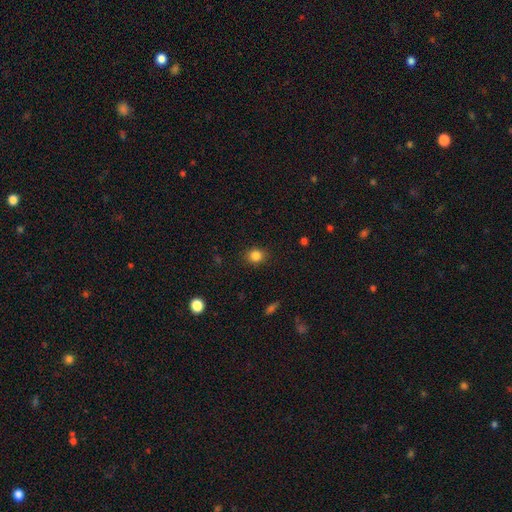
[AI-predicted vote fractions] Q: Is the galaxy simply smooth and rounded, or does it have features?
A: smooth — 84%.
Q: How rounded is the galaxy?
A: round — 69%.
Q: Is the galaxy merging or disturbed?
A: none — 86%.